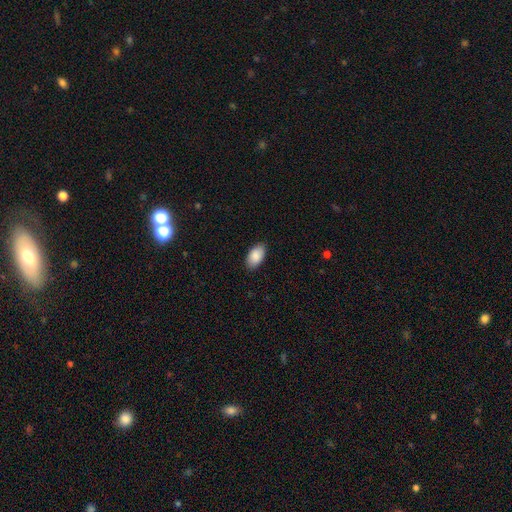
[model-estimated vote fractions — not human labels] smooth-or-featured: smooth: 89% | star or artifact: 6% | featured or disk: 5%
  how-rounded: in between: 95% | round: 3% | cigar-shaped: 2%
  merging: none: 88% | minor disturbance: 9% | major disturbance: 2% | merger: 1%